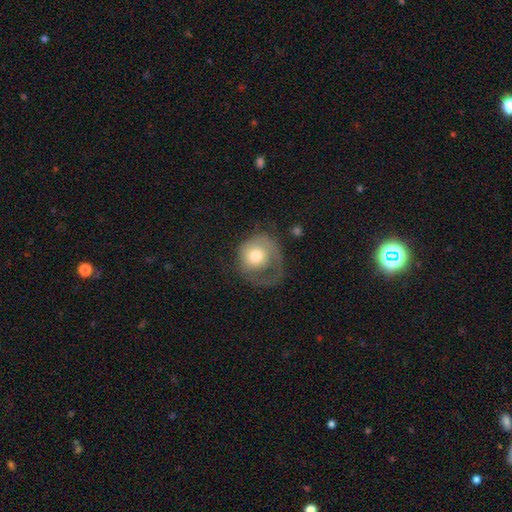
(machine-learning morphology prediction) Smooth or featured? smooth (51%)
How rounded? round (76%)
Merging? major disturbance (46%)